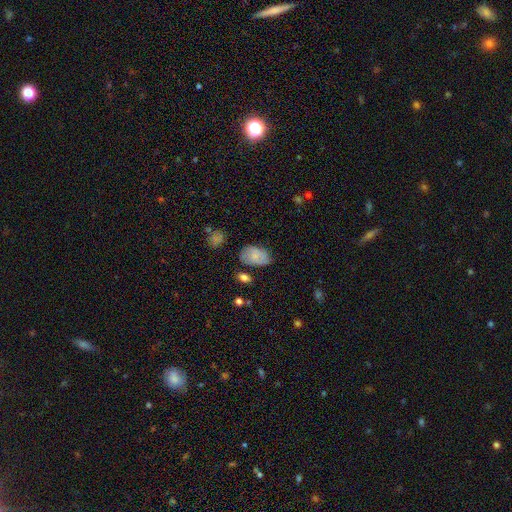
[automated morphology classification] Smooth or featured?
  - smooth: 72% *
  - featured or disk: 19%
  - star or artifact: 8%
How rounded?
  - in between: 88% *
  - round: 11%
  - cigar-shaped: 1%
Merging?
  - none: 62% *
  - minor disturbance: 26%
  - major disturbance: 7%
  - merger: 6%